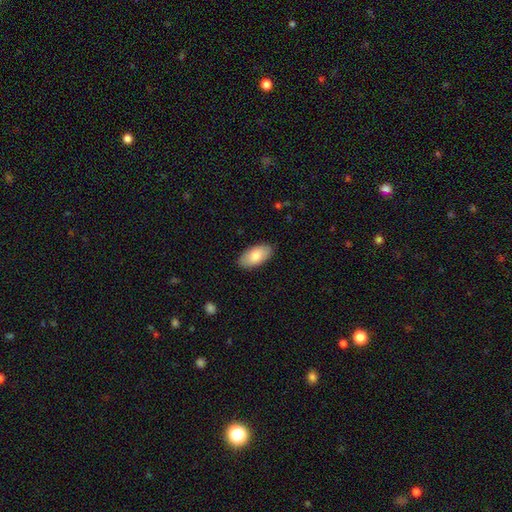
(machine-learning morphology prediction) The model was most divided on "smooth or featured": smooth: 83%, featured or disk: 12%, star or artifact: 6%. More confident: how rounded — in between (95%); merging — none (87%).